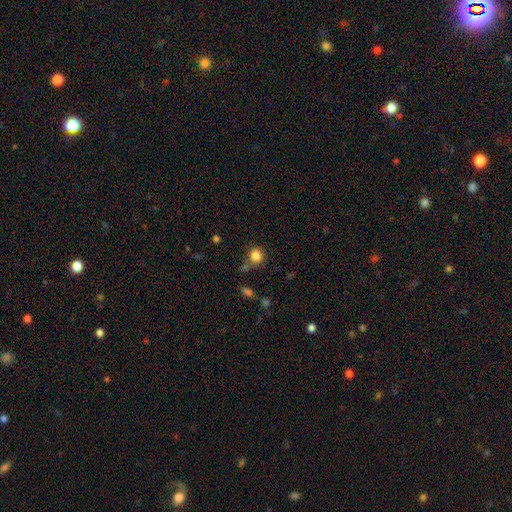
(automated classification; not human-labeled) Smooth or featured? Predicted: smooth (p=0.84). How rounded? Predicted: round (p=0.76). Merging? Predicted: none (p=0.62).